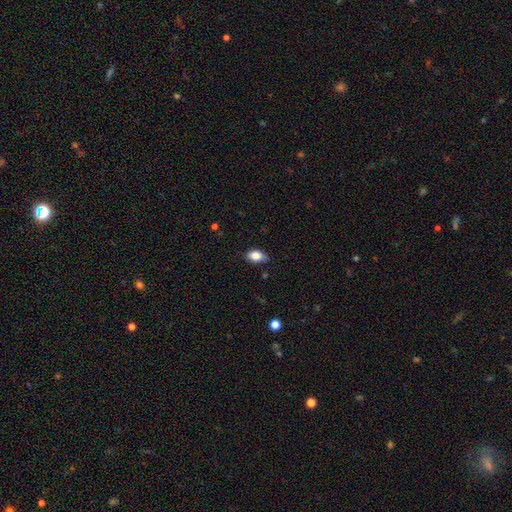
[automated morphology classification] A smooth galaxy with no disk features (81%) that is in between round and cigar-shaped (87%).

Vote fractions:
- Smooth or featured? smooth: 81% / featured or disk: 10% / star or artifact: 8%
- How rounded? in between: 87% / round: 10% / cigar-shaped: 3%
- Merging? none: 78% / minor disturbance: 18% / major disturbance: 3% / merger: 1%